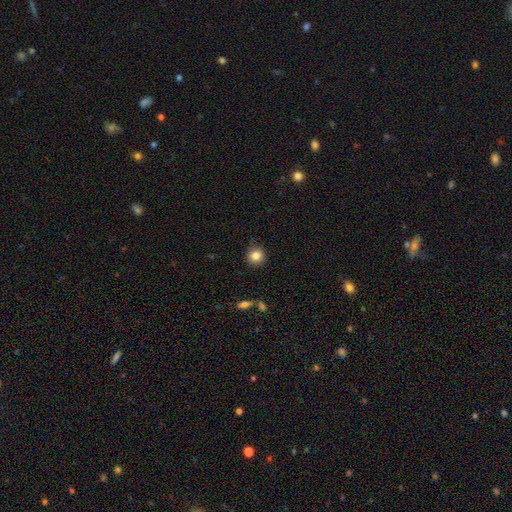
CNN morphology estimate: type=smooth (84%); roundness=round (90%); merging=none (87%).